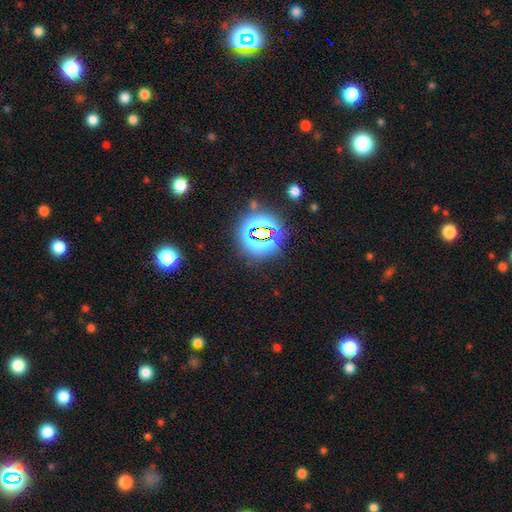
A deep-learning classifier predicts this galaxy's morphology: Q: Smooth or featured?
A: star or artifact (80%); runner-up: smooth (13%)